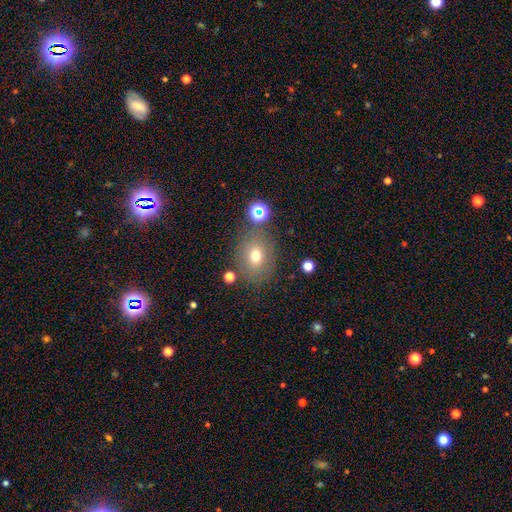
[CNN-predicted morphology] Overall: smooth (70%). How rounded: round (57%; in between 42%). Merging: none (76%).